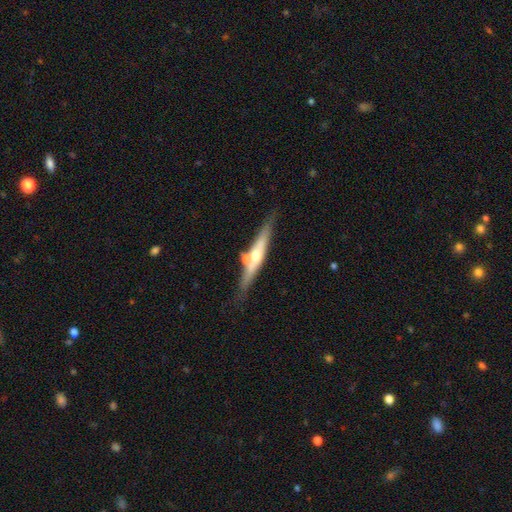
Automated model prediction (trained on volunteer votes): Smooth or featured?
  - featured or disk: 61% *
  - smooth: 33%
  - star or artifact: 6%
Edge-on disk?
  - yes: 91% *
  - no: 9%
Edge-on bulge?
  - rounded: 85% *
  - none: 10%
  - boxy: 5%
Merging?
  - none: 66% *
  - merger: 17%
  - minor disturbance: 13%
  - major disturbance: 4%